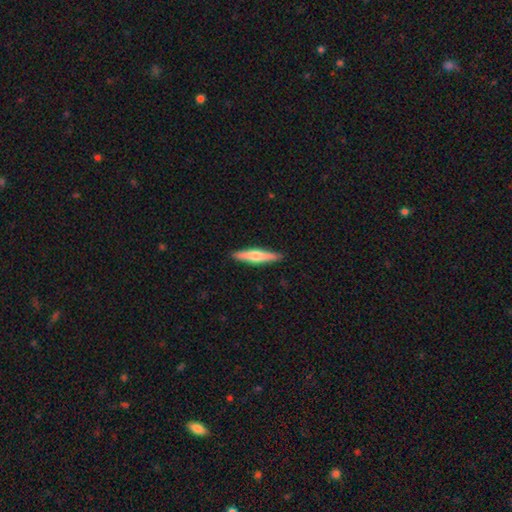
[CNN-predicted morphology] Smooth or featured: smooth — 52% (featured or disk — 43%)
How rounded: cigar-shaped — 87% (in between — 12%)
Merging: none — 90% (minor disturbance — 7%)